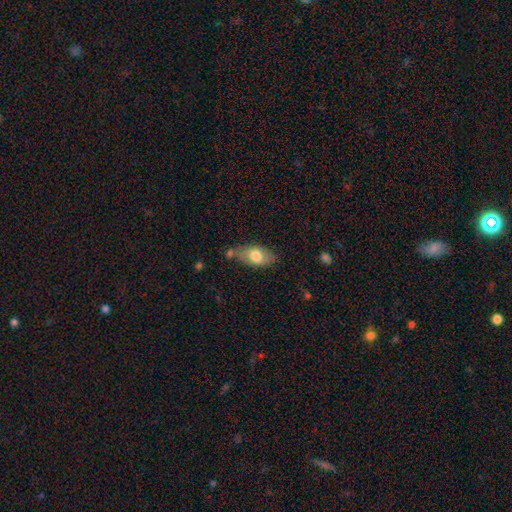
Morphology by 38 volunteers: Smooth or featured? 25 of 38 (66%) said smooth. How rounded? 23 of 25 (92%) said in between. Merging? 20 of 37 (54%) said none.